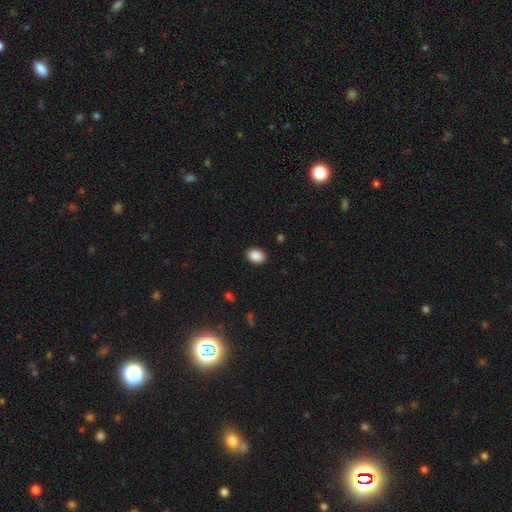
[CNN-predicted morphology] Overall: smooth (89%). How rounded: in between (70%). Merging: none (90%).